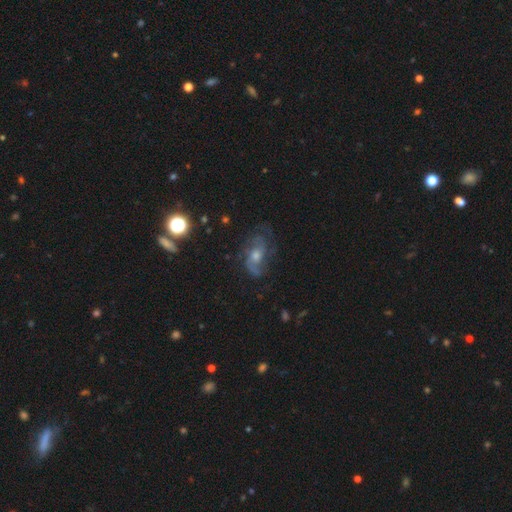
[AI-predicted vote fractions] This appears to be a featured or disk galaxy (76%) with no bar (64%), 2 (50%) medium (47%) spiral arms (92%) and a moderate central bulge (60%). Merging: none (68%).